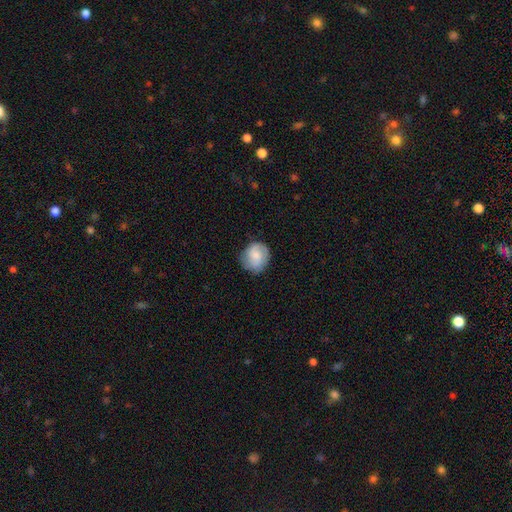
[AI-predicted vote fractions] Smooth or featured?
  - smooth: 62% *
  - featured or disk: 31%
  - star or artifact: 7%
How rounded?
  - round: 79% *
  - in between: 20%
  - cigar-shaped: 1%
Merging?
  - none: 75% *
  - minor disturbance: 19%
  - major disturbance: 5%
  - merger: 1%